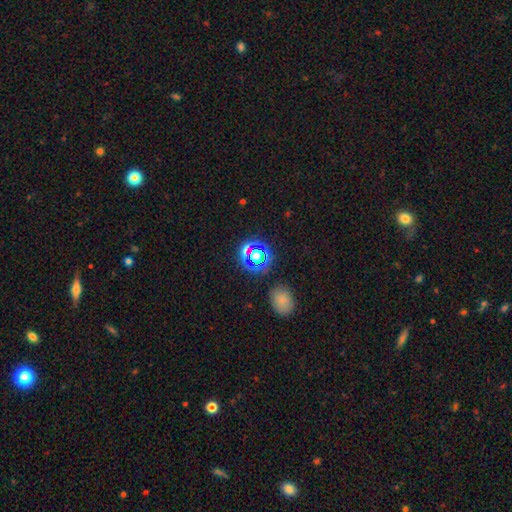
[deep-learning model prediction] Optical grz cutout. It shows a star or artifact, not a galaxy (52%).